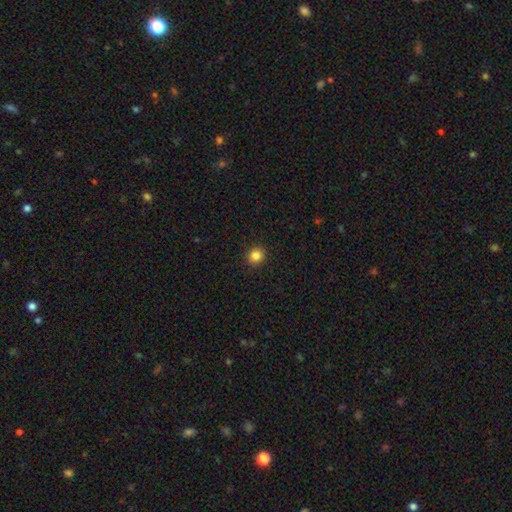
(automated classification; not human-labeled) The model was most divided on "smooth or featured": smooth: 85%, star or artifact: 11%, featured or disk: 4%. More confident: merging — none (92%); how rounded — round (89%).